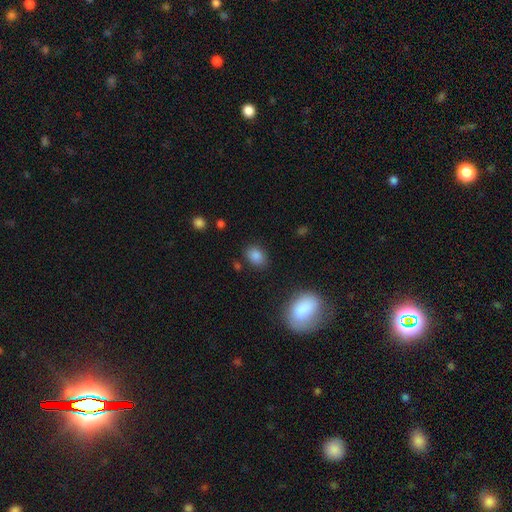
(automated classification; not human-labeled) Q: Smooth or featured?
A: smooth (84%); runner-up: star or artifact (11%)
Q: How rounded?
A: in between (73%); runner-up: round (26%)
Q: Merging?
A: none (83%); runner-up: minor disturbance (12%)